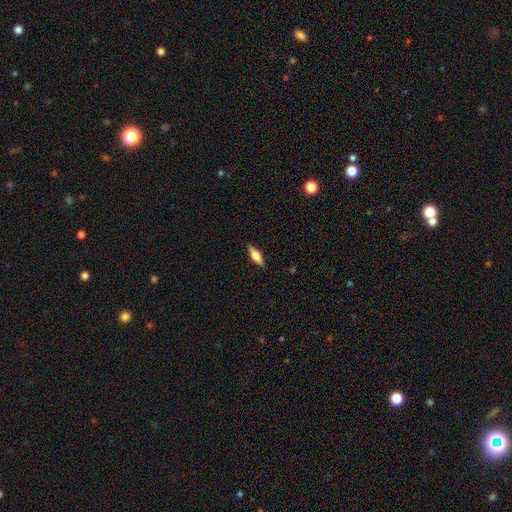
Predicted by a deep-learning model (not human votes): Q: Smooth or featured?
A: smooth (52%); runner-up: featured or disk (42%)
Q: How rounded?
A: in between (49%); runner-up: cigar-shaped (48%)
Q: Merging?
A: none (88%); runner-up: minor disturbance (9%)